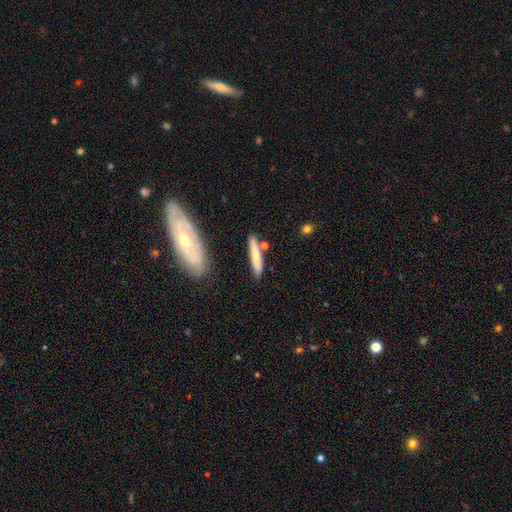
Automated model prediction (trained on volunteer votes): This appears to be a smooth galaxy with no disk features (66%) that is cigar-shaped (87%). Merging: none (78%).